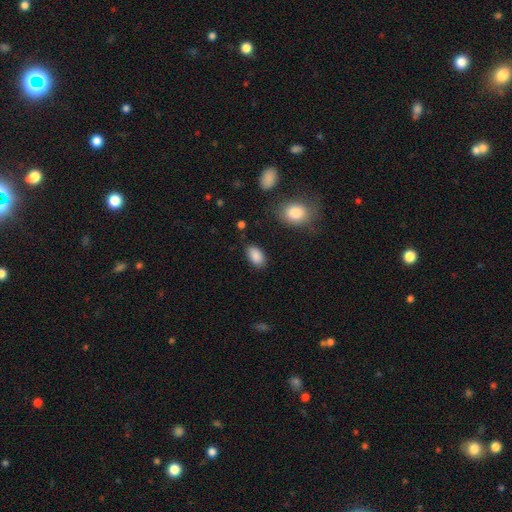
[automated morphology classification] A smooth galaxy with no disk features (89%) that is in between round and cigar-shaped (93%).

Vote fractions:
- Smooth or featured? smooth: 89% / star or artifact: 7% / featured or disk: 4%
- How rounded? in between: 93% / round: 5% / cigar-shaped: 2%
- Merging? none: 84% / minor disturbance: 11% / major disturbance: 3% / merger: 2%